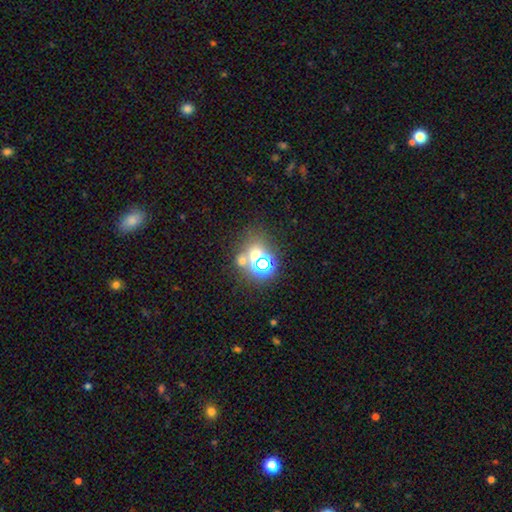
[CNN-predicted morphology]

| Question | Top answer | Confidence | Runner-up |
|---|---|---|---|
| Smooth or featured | smooth | 45% | star or artifact (43%) |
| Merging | none | 56% | merger (29%) |